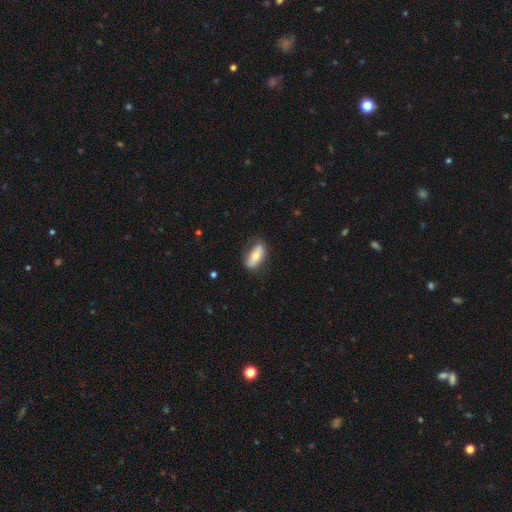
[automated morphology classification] A smooth galaxy with no disk features (64%) that is in between round and cigar-shaped (82%).

Vote fractions:
- Smooth or featured? smooth: 64% / featured or disk: 29% / star or artifact: 7%
- How rounded? in between: 82% / cigar-shaped: 14% / round: 4%
- Merging? none: 75% / minor disturbance: 18% / major disturbance: 5% / merger: 1%